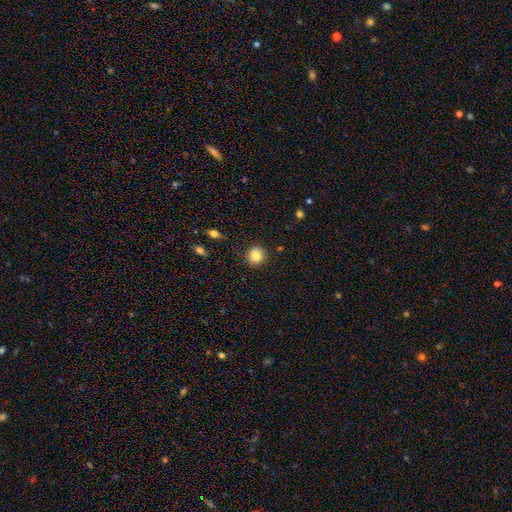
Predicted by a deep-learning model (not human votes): A smooth galaxy with no disk features (84%) that is round (86%).

Vote fractions:
- Smooth or featured? smooth: 84% / star or artifact: 10% / featured or disk: 6%
- How rounded? round: 86% / in between: 13% / cigar-shaped: 1%
- Merging? none: 87% / minor disturbance: 9% / major disturbance: 2% / merger: 2%